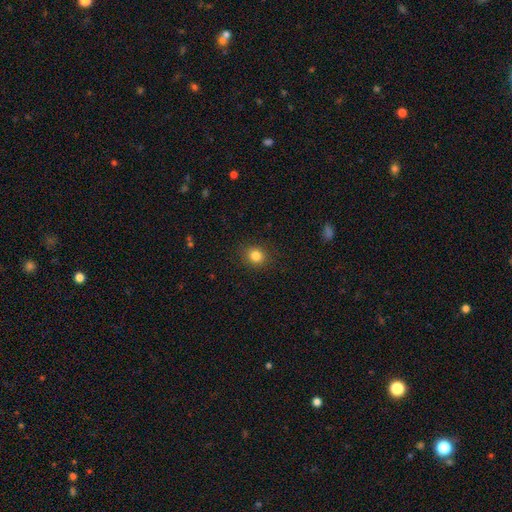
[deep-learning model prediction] Smooth or featured? Predicted: smooth (p=0.83). How rounded? Predicted: round (p=0.76). Merging? Predicted: none (p=0.89).